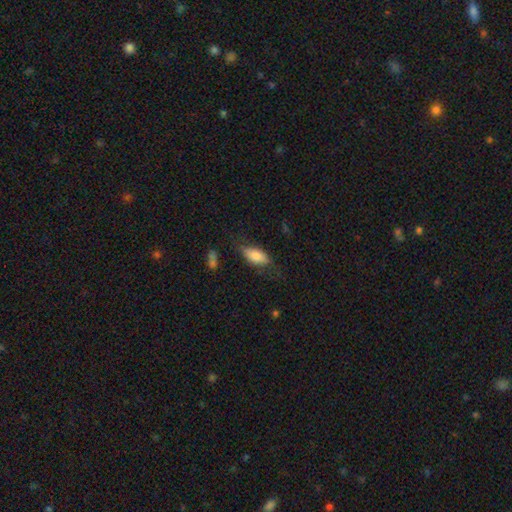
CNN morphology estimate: Smooth or featured: smooth — 75% (featured or disk — 18%)
How rounded: in between — 82% (cigar-shaped — 15%)
Merging: none — 61% (minor disturbance — 26%)